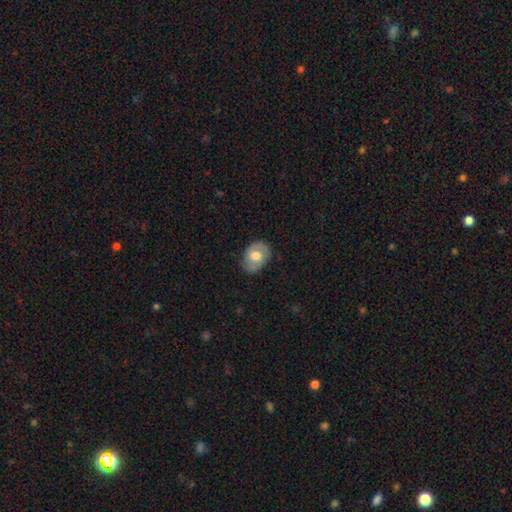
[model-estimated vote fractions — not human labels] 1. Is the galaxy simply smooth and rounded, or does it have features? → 60% smooth, 34% featured or disk, 6% star or artifact.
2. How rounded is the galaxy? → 71% in between, 28% round, 1% cigar-shaped.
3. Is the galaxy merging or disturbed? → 75% none, 19% minor disturbance, 5% major disturbance, 1% merger.